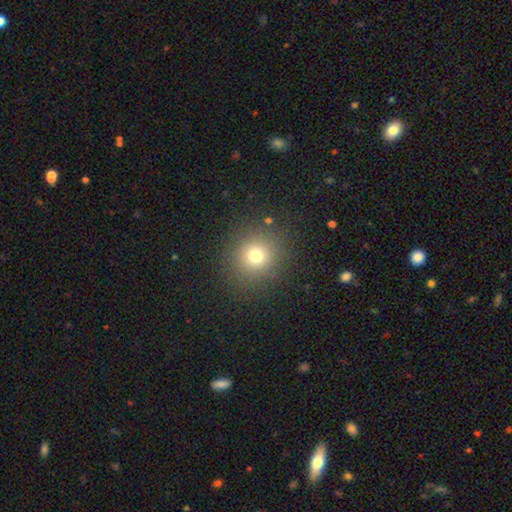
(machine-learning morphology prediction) A smooth galaxy with no disk features (72%) that is round (90%). Merging: none (87%).